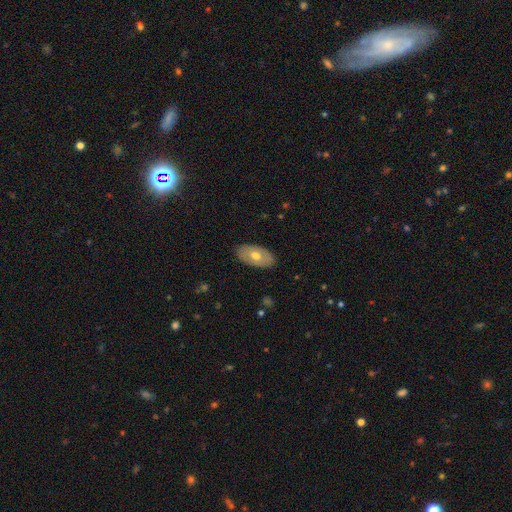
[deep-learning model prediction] A smooth galaxy with no disk features (56%) that is in between round and cigar-shaped (93%). Merging: none (86%).